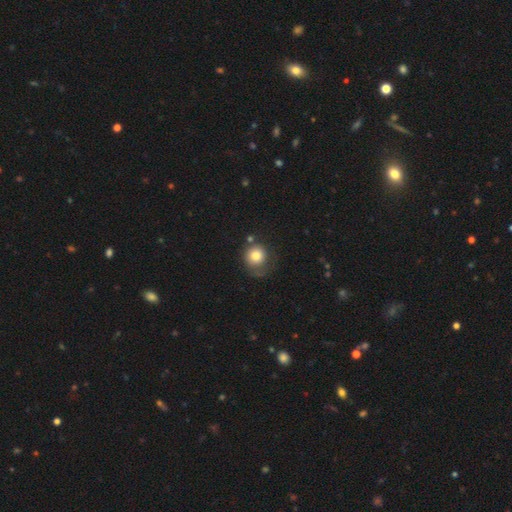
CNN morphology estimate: Smooth or featured?
  - smooth: 78% *
  - featured or disk: 13%
  - star or artifact: 9%
How rounded?
  - round: 85% *
  - in between: 14%
  - cigar-shaped: 1%
Merging?
  - none: 51% *
  - minor disturbance: 25%
  - major disturbance: 17%
  - merger: 7%